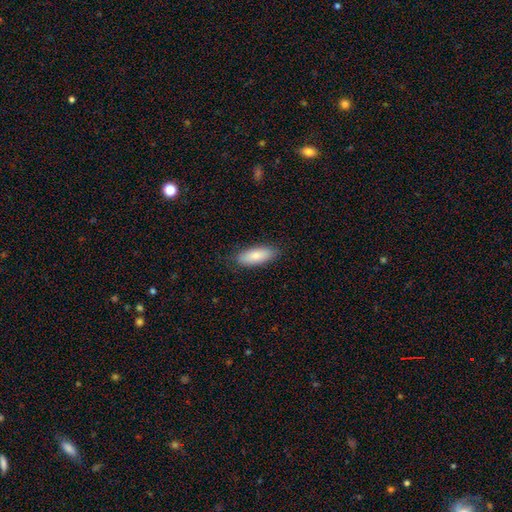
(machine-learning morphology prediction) The model was most divided on "how rounded": in between: 72%, cigar-shaped: 26%, round: 2%. More confident: merging — none (84%); smooth or featured — smooth (83%).